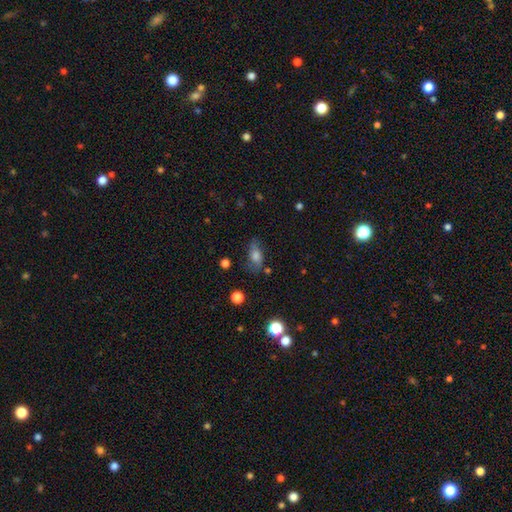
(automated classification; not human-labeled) Overall: smooth (67%). How rounded: in between (79%). Merging: none (60%; minor disturbance 25%).